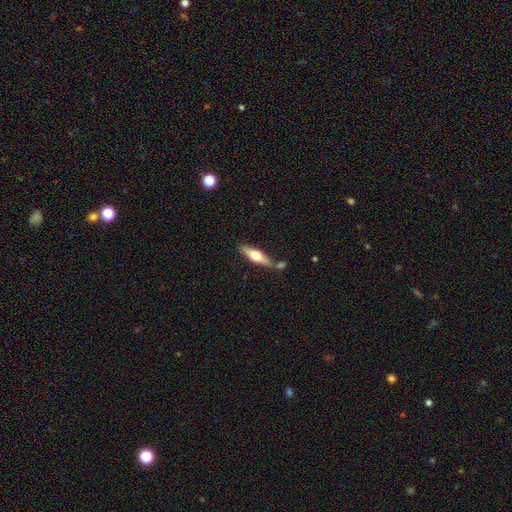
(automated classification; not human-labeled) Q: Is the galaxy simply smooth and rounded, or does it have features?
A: featured or disk — 53%.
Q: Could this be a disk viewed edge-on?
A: yes — 92%.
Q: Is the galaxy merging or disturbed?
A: none — 72%.